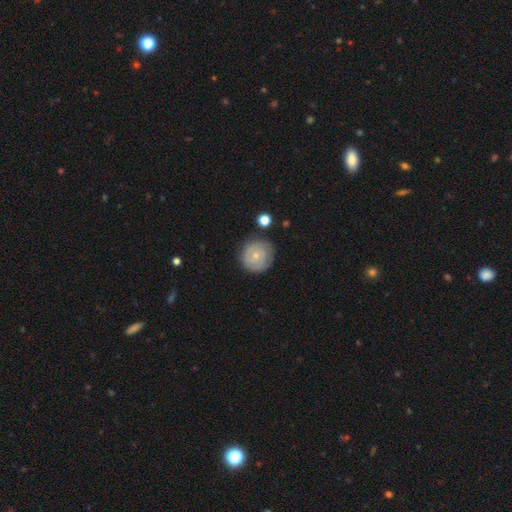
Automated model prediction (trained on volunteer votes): smooth_or_featured: featured or disk (p=0.63) [alt: smooth p=0.30]
disk_edge_on: no (p=0.98) [alt: yes p=0.02]
bar: no (p=0.73) [alt: weak p=0.23]
has_spiral_arms: yes (p=0.86) [alt: no p=0.14]
spiral_winding: tight (p=0.70) [alt: medium p=0.24]
spiral_arm_count: 2 (p=0.50) [alt: can't tell p=0.26]
bulge_size: small (p=0.68) [alt: moderate p=0.28]
merging: none (p=0.79) [alt: minor disturbance p=0.15]